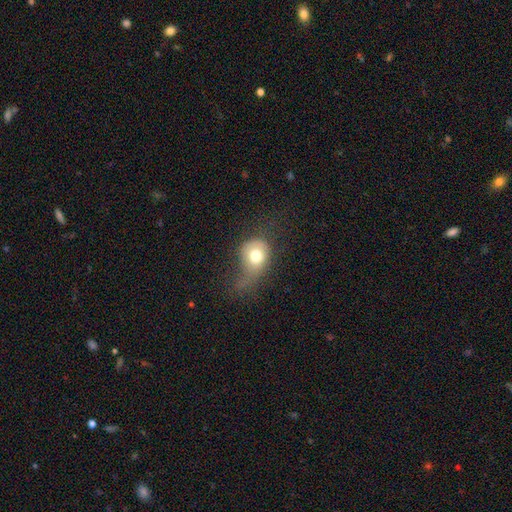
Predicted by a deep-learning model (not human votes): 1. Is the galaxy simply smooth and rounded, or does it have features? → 72% smooth, 19% featured or disk, 9% star or artifact.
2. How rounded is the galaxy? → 54% round, 44% in between, 2% cigar-shaped.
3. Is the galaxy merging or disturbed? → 42% major disturbance, 32% minor disturbance, 23% none, 4% merger.